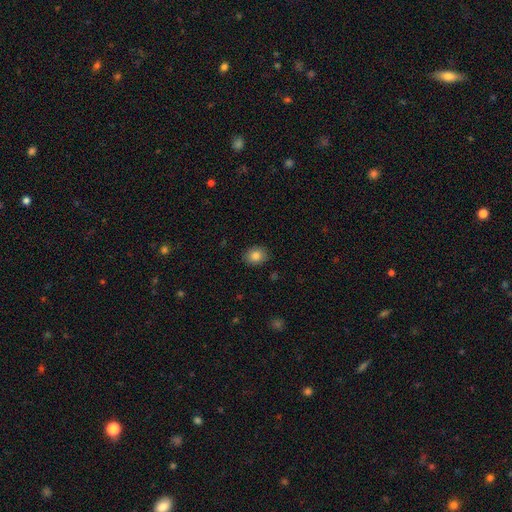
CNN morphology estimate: type=smooth (83%); roundness=round (50%); merging=none (89%).